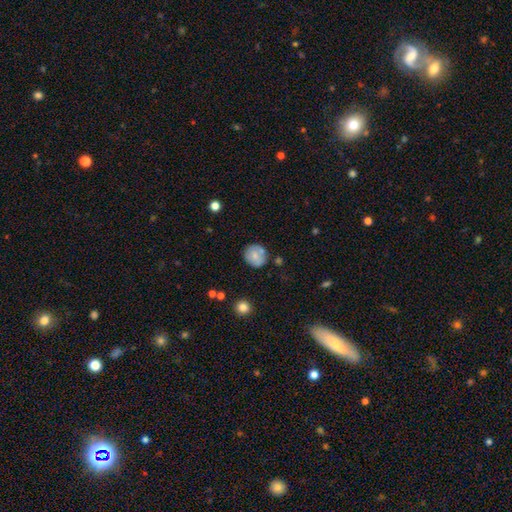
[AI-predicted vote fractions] smooth_or_featured: smooth (p=0.70) [alt: featured or disk p=0.22]
how_rounded: round (p=0.85) [alt: in between p=0.14]
merging: none (p=0.71) [alt: minor disturbance p=0.15]